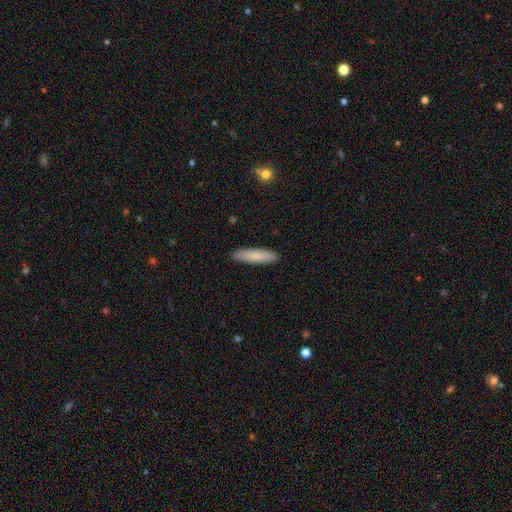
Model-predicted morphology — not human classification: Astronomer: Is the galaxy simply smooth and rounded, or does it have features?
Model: smooth — 83%.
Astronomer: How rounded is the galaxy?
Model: cigar-shaped — 76%.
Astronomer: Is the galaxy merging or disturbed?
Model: none — 90%.